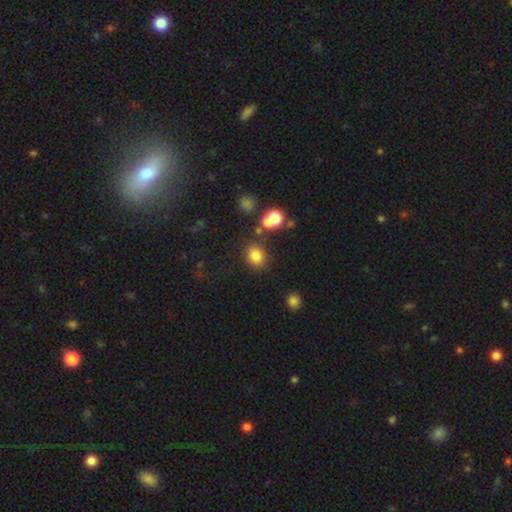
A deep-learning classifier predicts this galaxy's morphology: type=smooth (80%); roundness=round (74%); merging=none (79%).